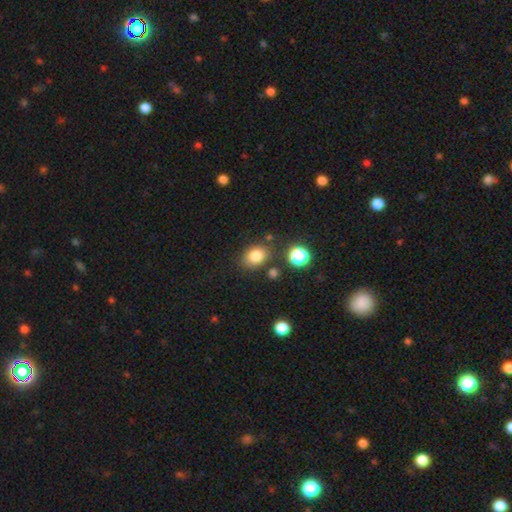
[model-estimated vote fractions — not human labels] Smooth or featured? smooth (81%)
How rounded? in between (60%)
Merging? none (77%)